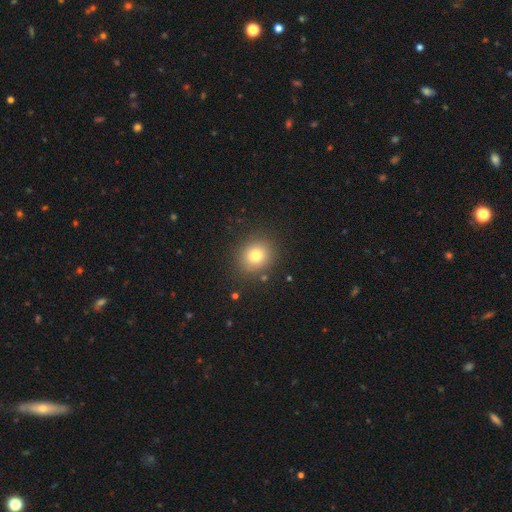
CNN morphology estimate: smooth_or_featured: smooth (p=0.77) [alt: star or artifact p=0.13]
how_rounded: round (p=0.79) [alt: in between p=0.20]
merging: none (p=0.87) [alt: minor disturbance p=0.08]